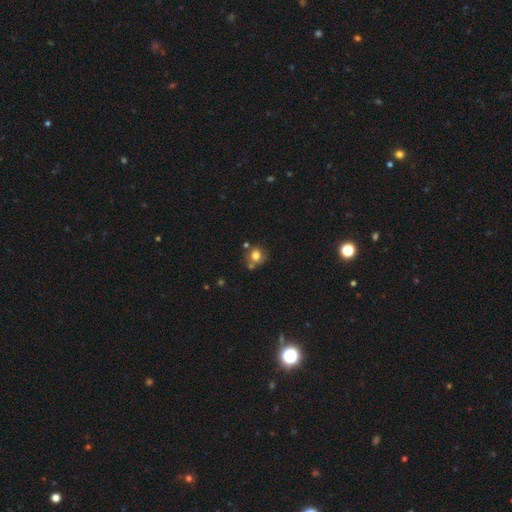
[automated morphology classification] This appears to be a smooth galaxy with no disk features (75%) that is round (76%). Merging: none (58%).